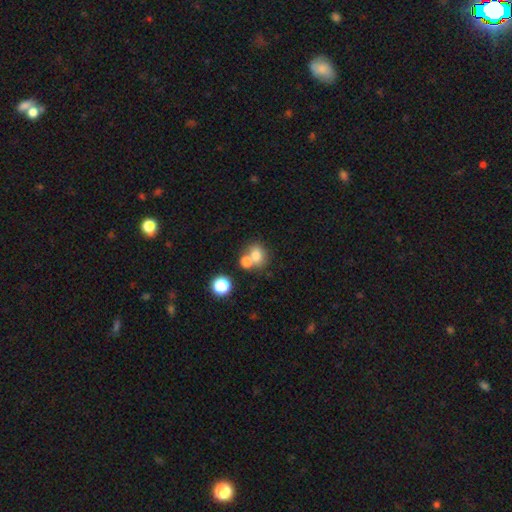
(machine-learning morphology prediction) smooth 76%, star or artifact 13%, featured or disk 12%. Down the decision tree: how rounded — round (54%); merging — none (45%).